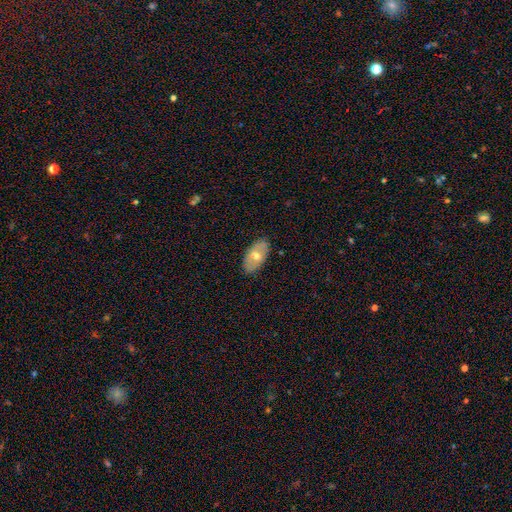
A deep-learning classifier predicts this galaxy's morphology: This is possibly a smooth galaxy (57%). How rounded: clearly in between (93%). Merging: clearly none (85%).